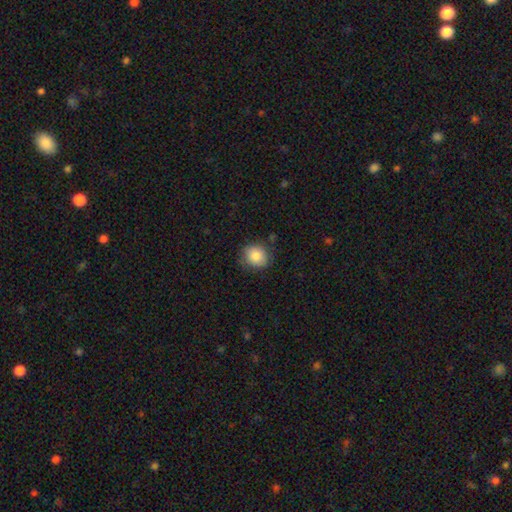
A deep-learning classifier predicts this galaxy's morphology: Smooth or featured? Predicted: smooth (p=0.85). How rounded? Predicted: round (p=0.83). Merging? Predicted: none (p=0.81).